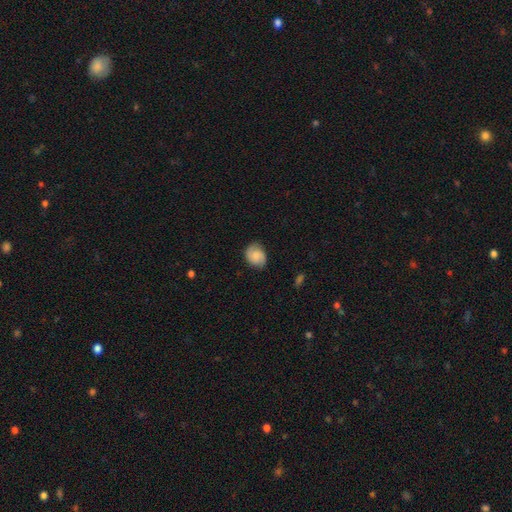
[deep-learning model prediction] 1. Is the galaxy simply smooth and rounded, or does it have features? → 61% smooth, 31% featured or disk, 8% star or artifact.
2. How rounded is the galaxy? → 50% round, 49% in between, 1% cigar-shaped.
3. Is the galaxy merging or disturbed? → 79% none, 16% minor disturbance, 4% major disturbance, 1% merger.